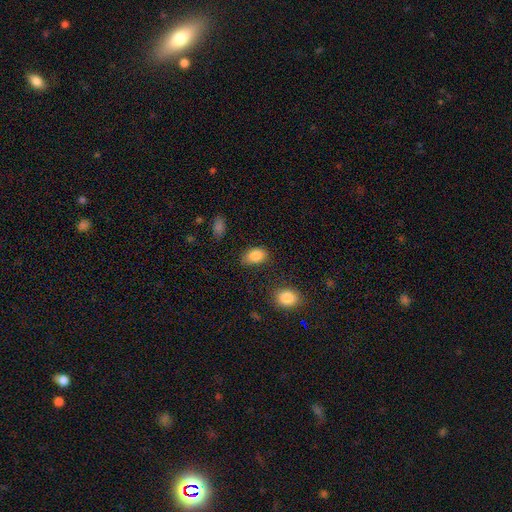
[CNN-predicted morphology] A smooth galaxy with no disk features (86%) that is in between round and cigar-shaped (87%). Merging: none (68%).